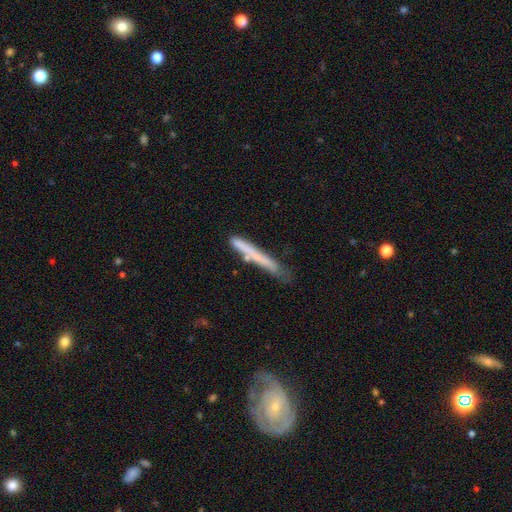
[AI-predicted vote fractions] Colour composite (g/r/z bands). It shows a smooth galaxy with no disk features (56%) that is cigar-shaped (96%). Merging: none (64%).